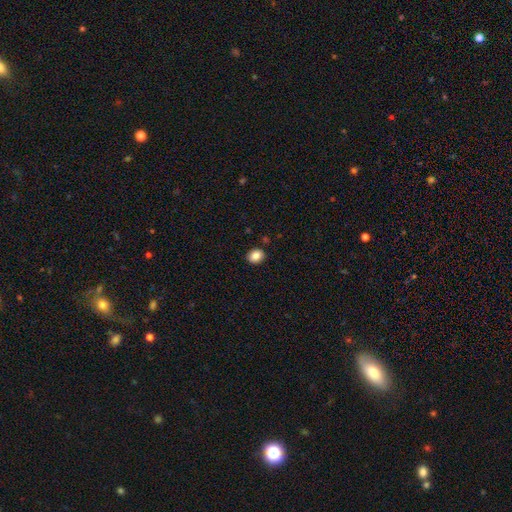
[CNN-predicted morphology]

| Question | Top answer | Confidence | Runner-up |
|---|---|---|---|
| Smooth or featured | smooth | 86% | star or artifact (9%) |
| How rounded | round | 60% | in between (40%) |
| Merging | none | 90% | minor disturbance (7%) |